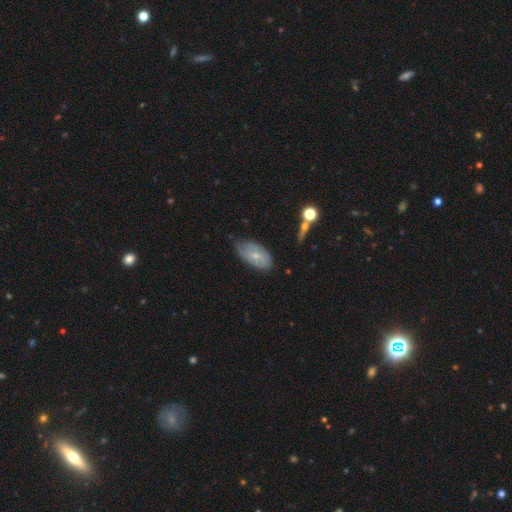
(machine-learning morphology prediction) smooth_or_featured: featured or disk (p=0.50) [alt: smooth p=0.43]
disk_edge_on: no (p=0.92) [alt: yes p=0.08]
merging: none (p=0.52) [alt: minor disturbance p=0.38]